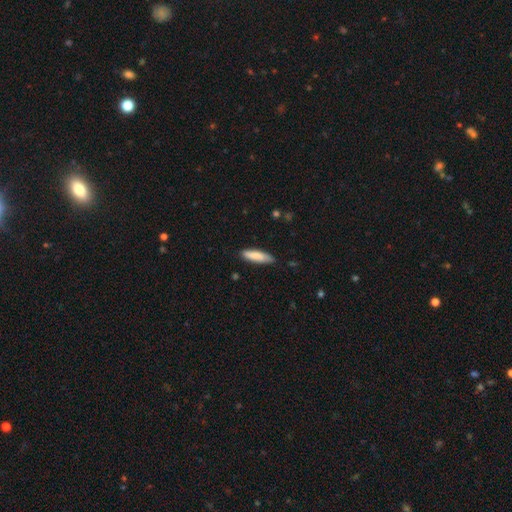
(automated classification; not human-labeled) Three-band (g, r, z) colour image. It shows a smooth galaxy with no disk features (84%) that is cigar-shaped (65%). Merging: none (83%).